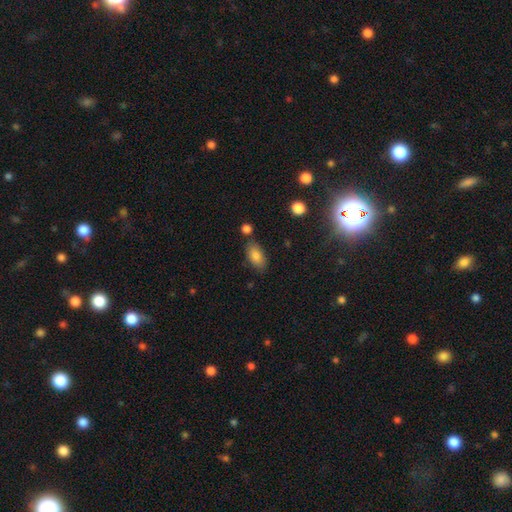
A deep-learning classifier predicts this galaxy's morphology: A smooth galaxy with no disk features (83%) that is in between round and cigar-shaped (91%). Merging: none (74%).